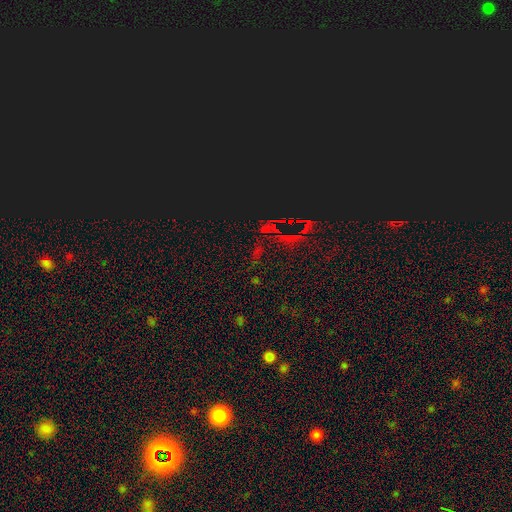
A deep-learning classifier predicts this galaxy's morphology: This appears to be a star or artifact, not a galaxy (74%).